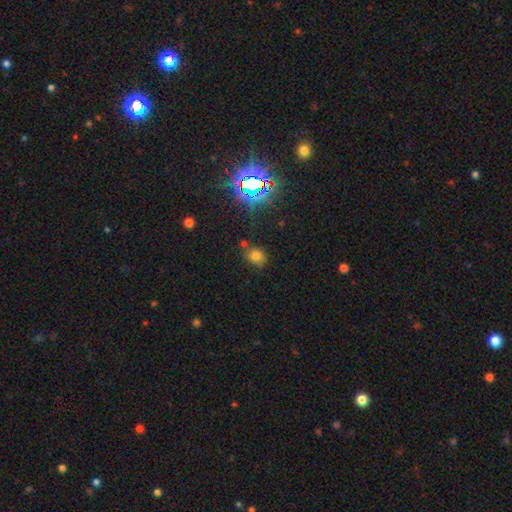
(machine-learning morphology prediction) smooth_or_featured: smooth (p=0.69) [alt: star or artifact p=0.23]
how_rounded: round (p=0.61) [alt: in between p=0.37]
merging: none (p=0.70) [alt: minor disturbance p=0.16]